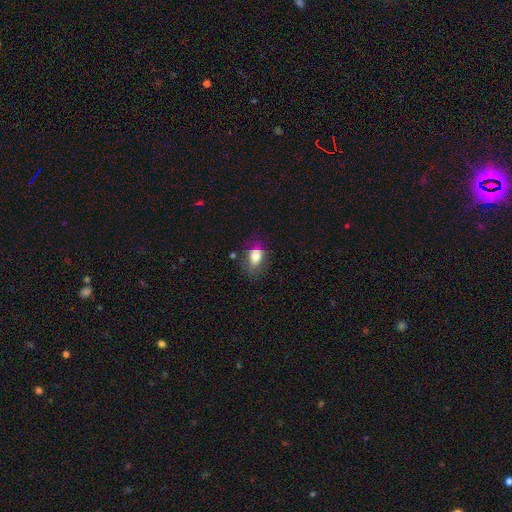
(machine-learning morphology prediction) Q: Smooth or featured?
A: smooth (76%); runner-up: featured or disk (14%)
Q: How rounded?
A: in between (77%); runner-up: round (21%)
Q: Merging?
A: none (58%); runner-up: minor disturbance (25%)